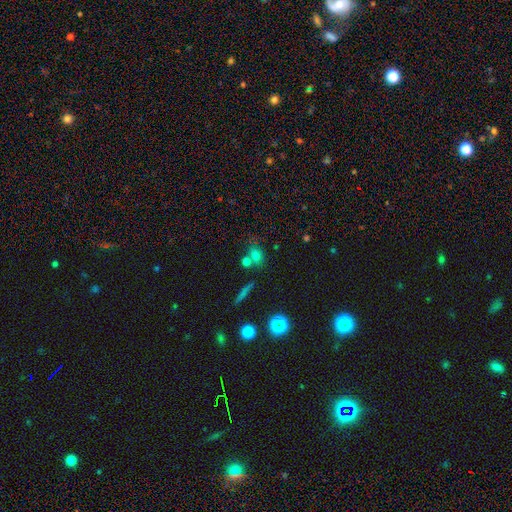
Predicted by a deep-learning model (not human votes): smooth 69%, star or artifact 16%, featured or disk 15%. Down the decision tree: how rounded — in between (52%); merging — none (52%).